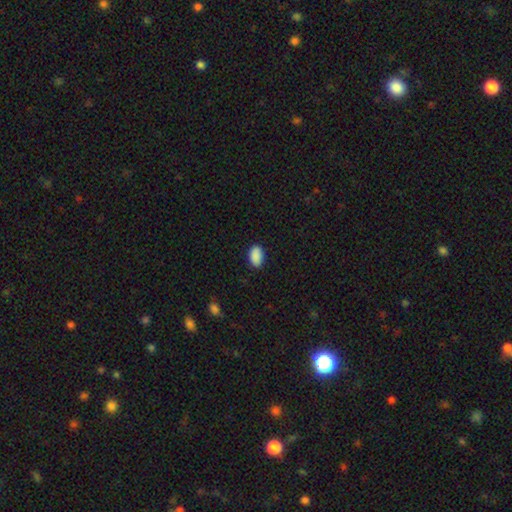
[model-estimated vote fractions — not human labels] smooth 90%, star or artifact 7%, featured or disk 3%. Down the decision tree: how rounded — in between (92%); merging — none (86%).